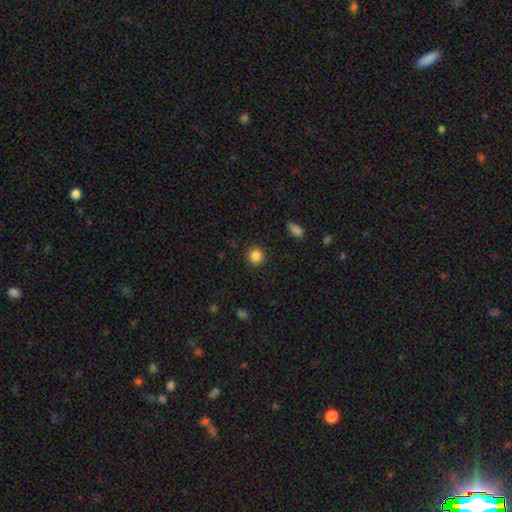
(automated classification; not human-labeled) Q: Smooth or featured?
A: smooth (86%); runner-up: star or artifact (10%)
Q: How rounded?
A: round (88%); runner-up: in between (11%)
Q: Merging?
A: none (90%); runner-up: minor disturbance (6%)